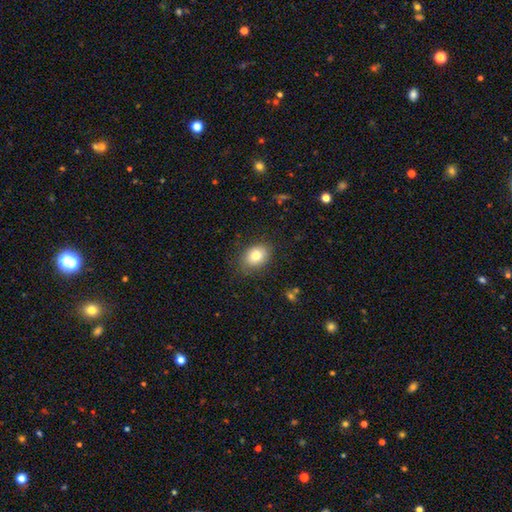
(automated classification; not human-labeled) smooth 82%, featured or disk 9%, star or artifact 8%. Down the decision tree: how rounded — in between (69%); merging — none (81%).